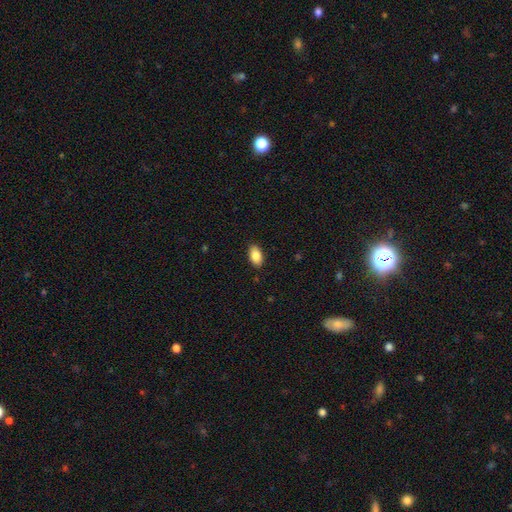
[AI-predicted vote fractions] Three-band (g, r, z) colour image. It shows a smooth galaxy with no disk features (86%) that is in between round and cigar-shaped (93%). Merging: none (88%).